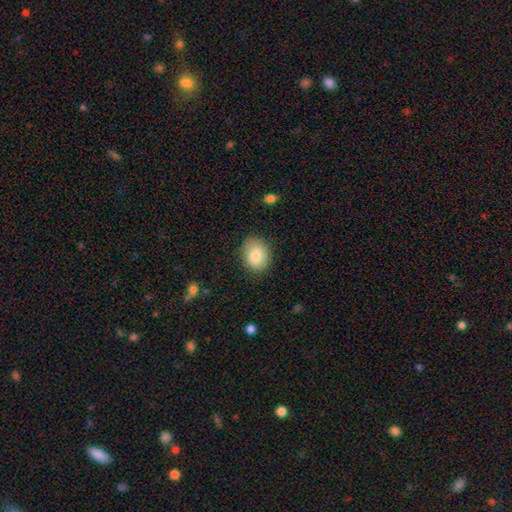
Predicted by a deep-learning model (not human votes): Morphology: type=smooth (81%); roundness=in between (52%); merging=none (82%).